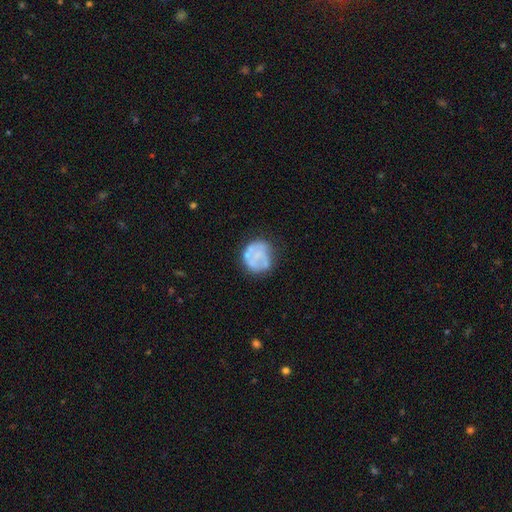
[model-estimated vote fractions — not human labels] Overall: featured or disk (56%; smooth 36%). Edge-on disk: no (98%). Bar: no (84%). Spiral arms: no (70%; yes 30%). Bulge size: none (68%). Merging: none (59%; minor disturbance 23%).